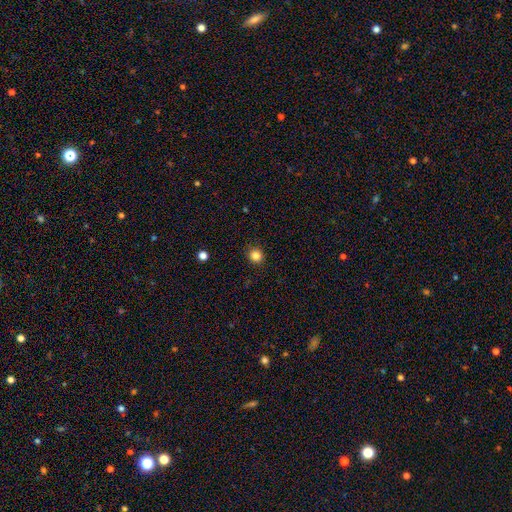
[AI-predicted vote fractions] Q: Smooth or featured?
A: smooth (84%); runner-up: star or artifact (12%)
Q: How rounded?
A: round (90%); runner-up: in between (9%)
Q: Merging?
A: none (91%); runner-up: minor disturbance (6%)